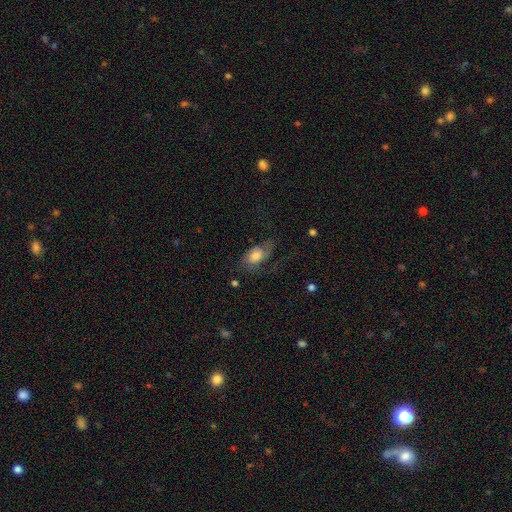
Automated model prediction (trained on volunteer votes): A smooth galaxy with no disk features (53%) that is in between round and cigar-shaped (88%). Merging: none (41%).